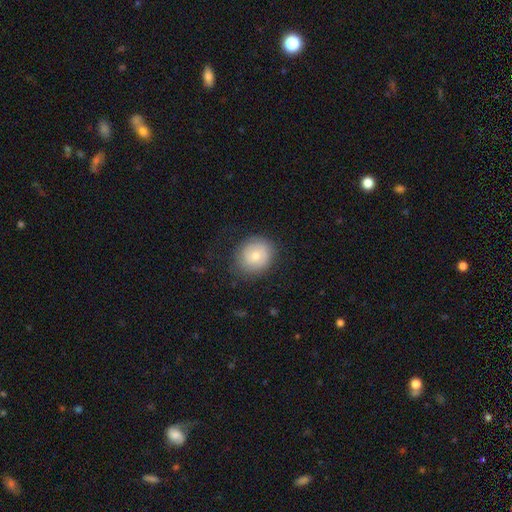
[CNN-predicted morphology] Smooth or featured? Predicted: smooth (p=0.50). How rounded? Predicted: round (p=0.78). Merging? Predicted: none (p=0.77).